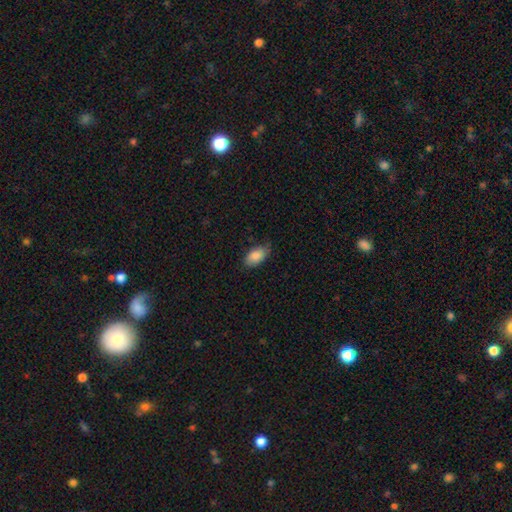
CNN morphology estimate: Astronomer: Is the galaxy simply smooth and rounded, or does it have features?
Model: smooth — 87%.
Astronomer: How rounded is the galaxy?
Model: in between — 93%.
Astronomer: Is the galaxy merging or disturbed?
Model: none — 75%.